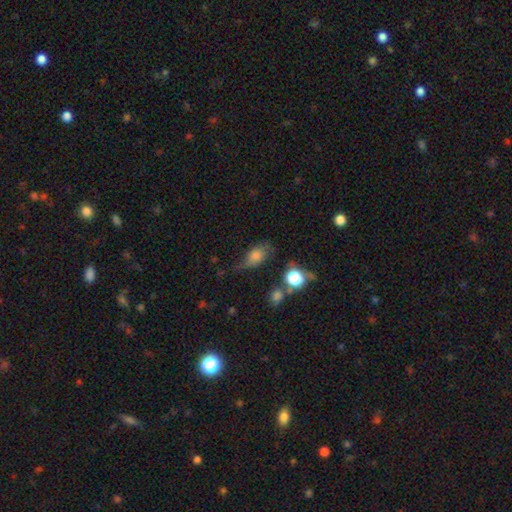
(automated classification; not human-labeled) Morphology: type=smooth (65%); roundness=in between (78%); merging=none (42%).